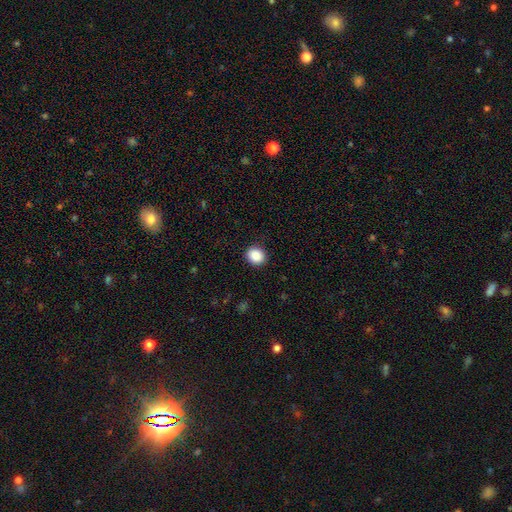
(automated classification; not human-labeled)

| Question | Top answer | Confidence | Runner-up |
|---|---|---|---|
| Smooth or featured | smooth | 88% | star or artifact (9%) |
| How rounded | round | 72% | in between (27%) |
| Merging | none | 90% | minor disturbance (7%) |